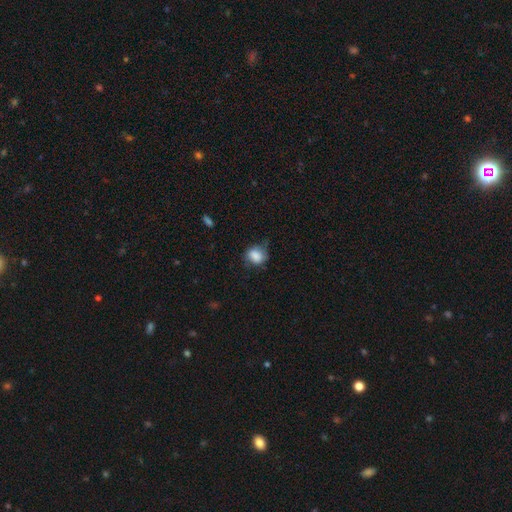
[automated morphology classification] The model was most divided on "how rounded": round: 50%, in between: 49%, cigar-shaped: 1%. Remaining: smooth or featured — smooth (80%); merging — none (46%).